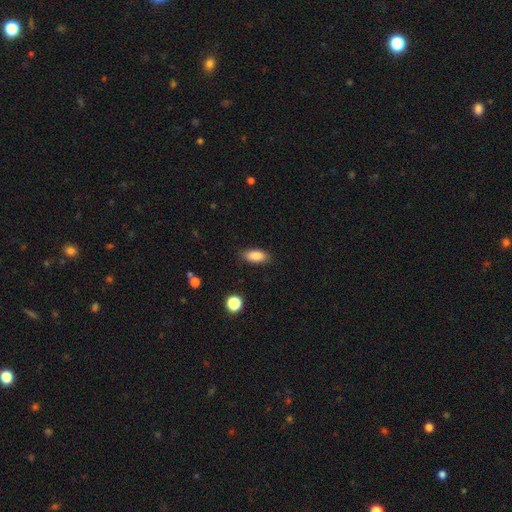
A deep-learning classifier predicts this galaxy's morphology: smooth 87%, star or artifact 8%, featured or disk 5%. Down the decision tree: how rounded — in between (86%); merging — none (87%).